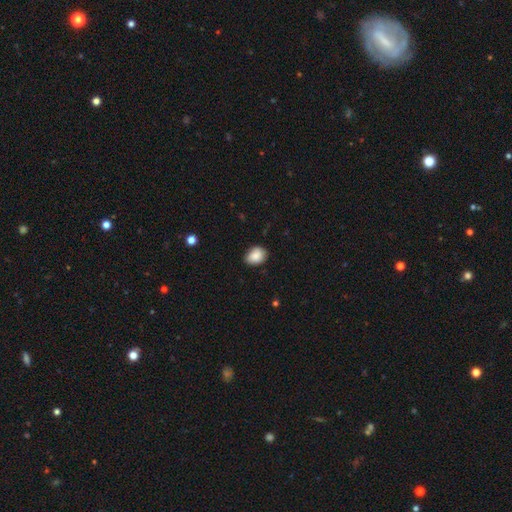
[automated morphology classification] Smooth or featured? smooth (86%)
How rounded? in between (64%)
Merging? none (76%)